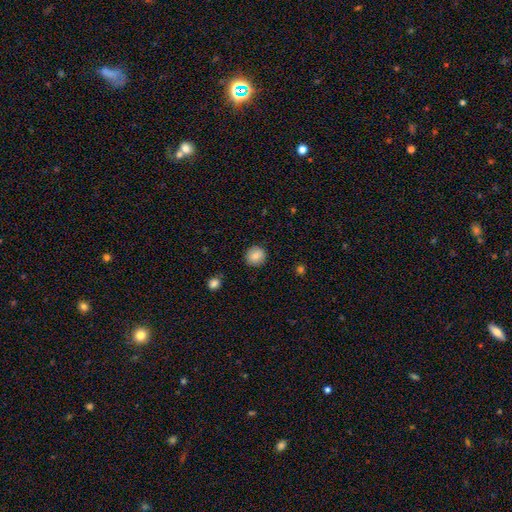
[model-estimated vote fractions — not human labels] smooth-or-featured: smooth: 83% | star or artifact: 8% | featured or disk: 8%
  how-rounded: round: 91% | in between: 8% | cigar-shaped: 1%
  merging: none: 89% | minor disturbance: 8% | major disturbance: 2% | merger: 1%